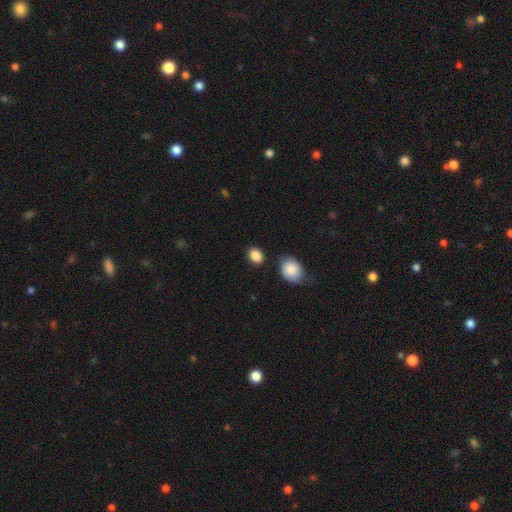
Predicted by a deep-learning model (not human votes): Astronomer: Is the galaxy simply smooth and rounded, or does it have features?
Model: smooth — 87%.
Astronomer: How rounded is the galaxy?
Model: in between — 68%.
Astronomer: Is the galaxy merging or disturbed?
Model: none — 78%.